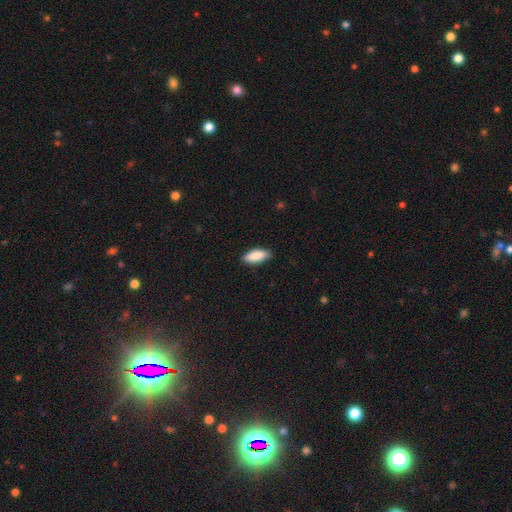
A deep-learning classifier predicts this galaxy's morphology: A smooth galaxy with no disk features (88%) that is in between round and cigar-shaped (81%).

Vote fractions:
- Smooth or featured? smooth: 88% / featured or disk: 6% / star or artifact: 6%
- How rounded? in between: 81% / cigar-shaped: 17% / round: 2%
- Merging? none: 87% / minor disturbance: 11% / major disturbance: 2% / merger: 1%